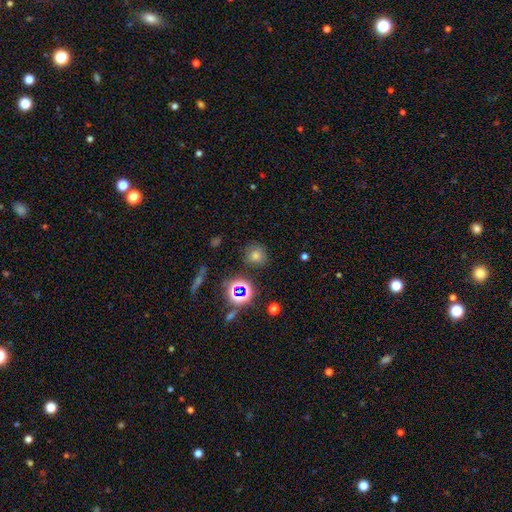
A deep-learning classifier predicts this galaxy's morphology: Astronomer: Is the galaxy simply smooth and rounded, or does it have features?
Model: smooth — 60%.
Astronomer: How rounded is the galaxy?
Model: round — 89%.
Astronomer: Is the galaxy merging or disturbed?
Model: none — 85%.